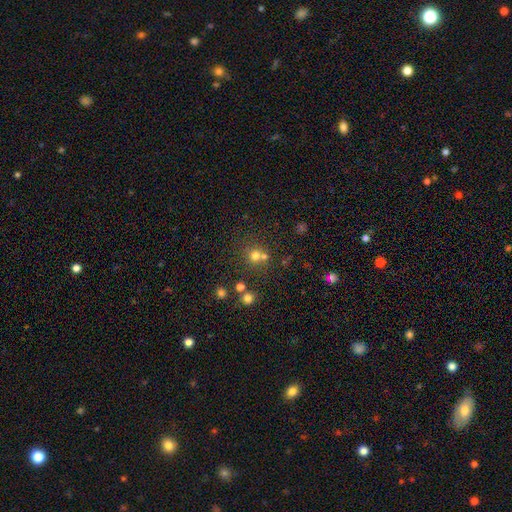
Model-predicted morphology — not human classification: A smooth galaxy with no disk features (63%) that is round (89%).

Vote fractions:
- Smooth or featured? smooth: 63% / star or artifact: 26% / featured or disk: 11%
- How rounded? round: 89% / in between: 10% / cigar-shaped: 1%
- Merging? none: 63% / merger: 27% / minor disturbance: 7% / major disturbance: 3%